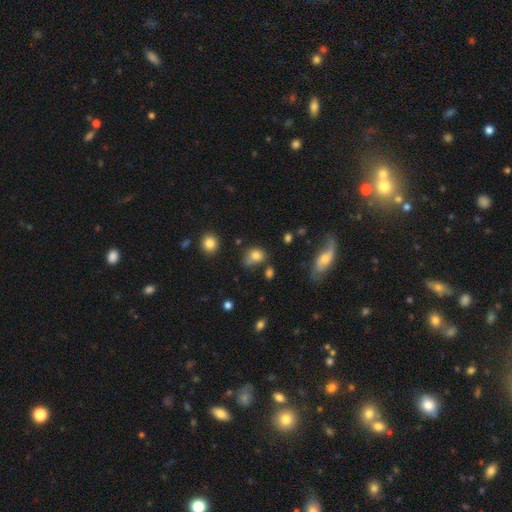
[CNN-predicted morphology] Q: Smooth or featured?
A: smooth (79%); runner-up: star or artifact (11%)
Q: How rounded?
A: in between (57%); runner-up: round (42%)
Q: Merging?
A: none (46%); runner-up: minor disturbance (31%)